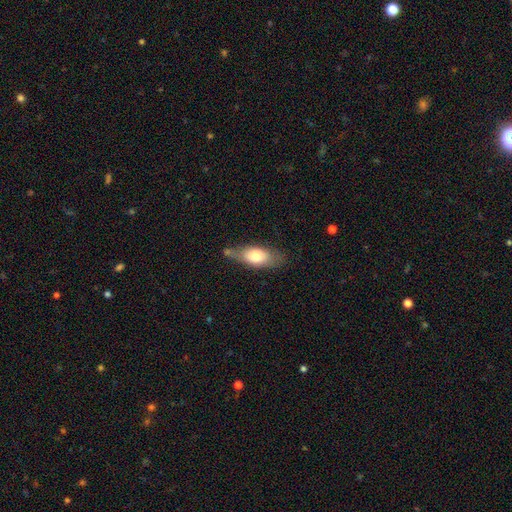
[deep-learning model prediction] Smooth or featured? Predicted: smooth (p=0.69). How rounded? Predicted: in between (p=0.78). Merging? Predicted: none (p=0.60).